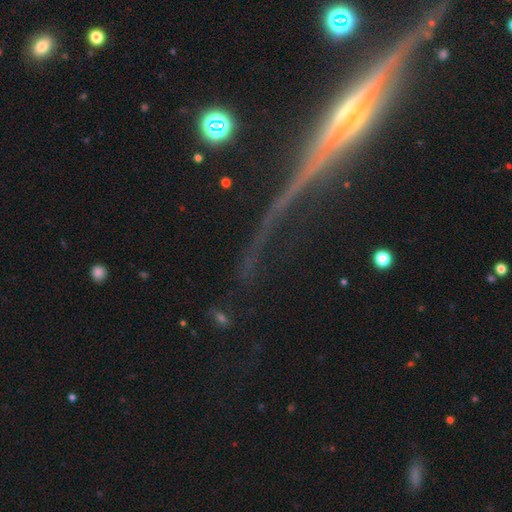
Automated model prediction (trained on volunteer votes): smooth_or_featured: featured or disk (p=0.47) [alt: star or artifact p=0.38]
merging: none (p=0.62) [alt: major disturbance p=0.17]